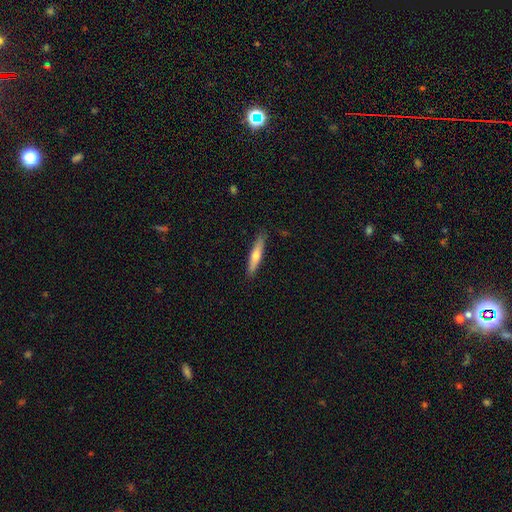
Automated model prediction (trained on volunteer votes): Overall: smooth (57%; featured or disk 37%). How rounded: cigar-shaped (85%). Merging: none (87%).